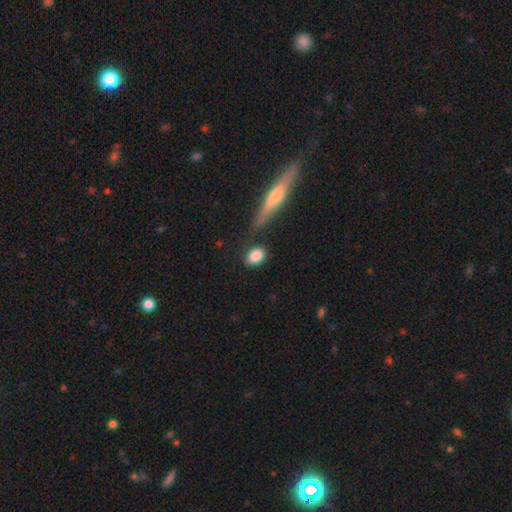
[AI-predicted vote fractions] Smooth or featured? Predicted: smooth (p=0.86). How rounded? Predicted: in between (p=0.69). Merging? Predicted: none (p=0.75).